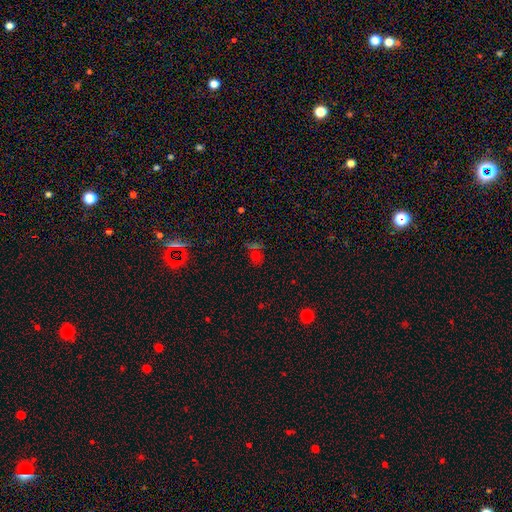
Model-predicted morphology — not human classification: The model was most divided on "smooth or featured": smooth: 45%, star or artifact: 44%, featured or disk: 11%. More confident: merging — none (61%).